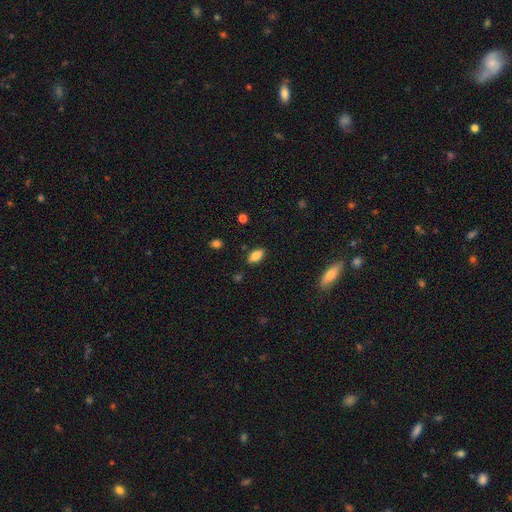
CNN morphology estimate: smooth_or_featured: smooth (p=0.79) [alt: featured or disk p=0.12]
how_rounded: in between (p=0.90) [alt: cigar-shaped p=0.06]
merging: none (p=0.86) [alt: minor disturbance p=0.10]